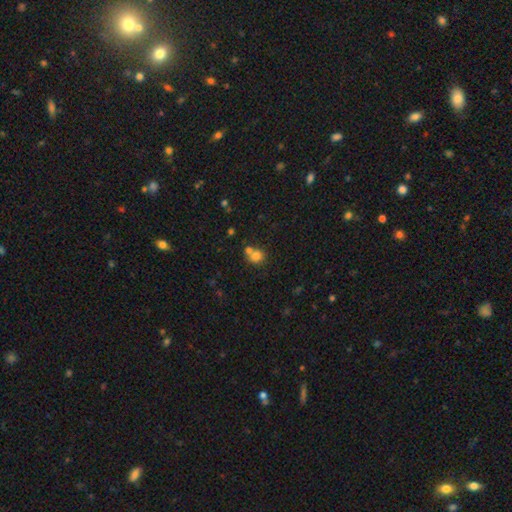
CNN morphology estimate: smooth 78%, star or artifact 12%, featured or disk 10%. Down the decision tree: how rounded — round (78%); merging — none (44%).